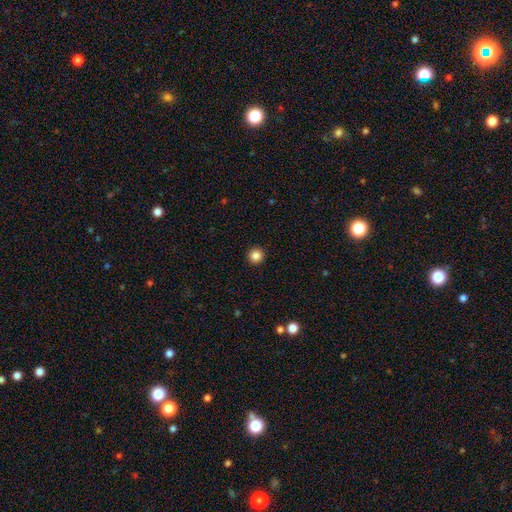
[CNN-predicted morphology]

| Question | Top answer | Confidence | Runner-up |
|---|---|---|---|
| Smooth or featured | smooth | 85% | star or artifact (11%) |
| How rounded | round | 96% | in between (3%) |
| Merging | none | 94% | minor disturbance (4%) |